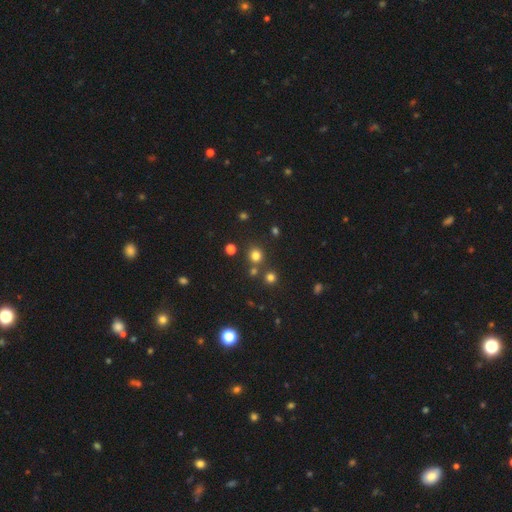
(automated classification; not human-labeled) Smooth or featured? smooth (74%)
How rounded? round (89%)
Merging? none (76%)